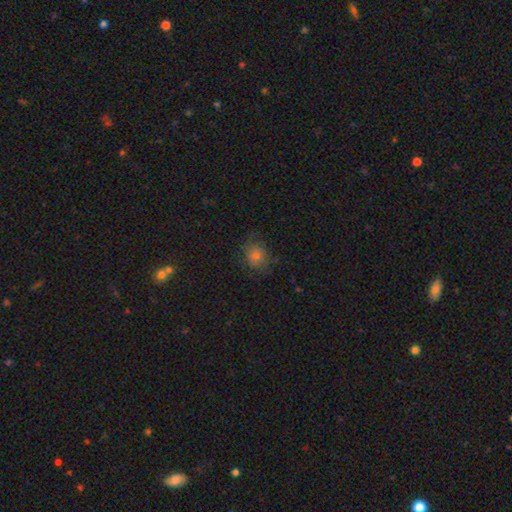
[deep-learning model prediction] A smooth galaxy with no disk features (72%) that is round (64%). Merging: none (71%).